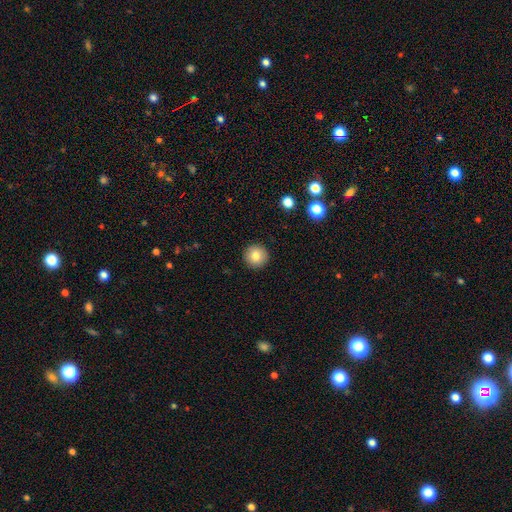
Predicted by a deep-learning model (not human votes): Smooth or featured? smooth (82%)
How rounded? round (96%)
Merging? none (92%)